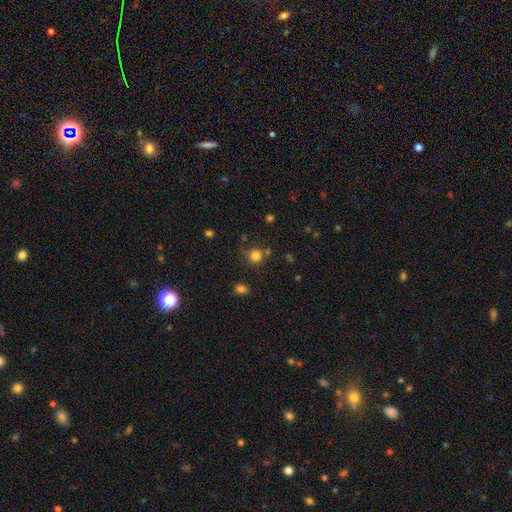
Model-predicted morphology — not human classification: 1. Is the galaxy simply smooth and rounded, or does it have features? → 81% smooth, 14% star or artifact, 5% featured or disk.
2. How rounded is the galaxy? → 90% round, 9% in between, 1% cigar-shaped.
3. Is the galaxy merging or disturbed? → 74% none, 13% minor disturbance, 8% merger, 5% major disturbance.